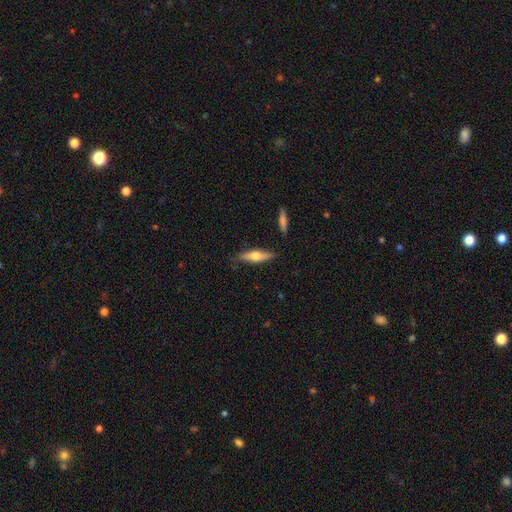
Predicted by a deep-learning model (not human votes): A smooth galaxy with no disk features (49%).

Vote fractions:
- Smooth or featured? smooth: 49% / featured or disk: 45% / star or artifact: 6%
- Merging? none: 82% / minor disturbance: 13% / merger: 3% / major disturbance: 3%